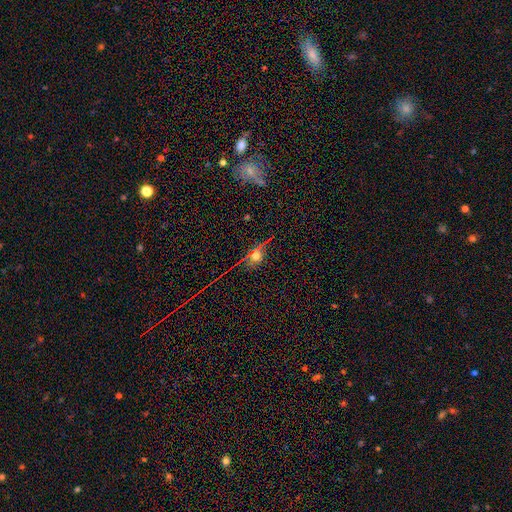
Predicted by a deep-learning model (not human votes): A star or artifact, not a galaxy (40%).

Vote fractions:
- Smooth or featured? star or artifact: 40% / smooth: 36% / featured or disk: 25%